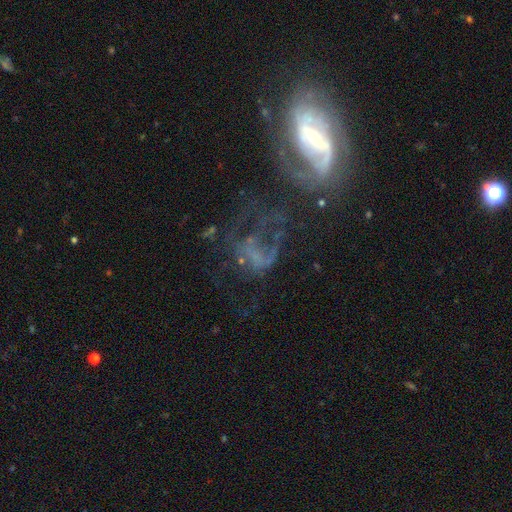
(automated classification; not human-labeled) A featured or disk galaxy (59%) with no bar (71%), no spiral arms (56%) and no central bulge (57%).

Vote fractions:
- Smooth or featured? featured or disk: 59% / star or artifact: 24% / smooth: 17%
- Edge-on disk? no: 97% / yes: 3%
- Bar? no: 71% / weak: 20% / strong: 9%
- Spiral arms? no: 56% / yes: 44%
- Bulge size? none: 57% / small: 26% / moderate: 13% / large: 3% / dominant: 2%
- Merging? major disturbance: 46% / none: 29% / minor disturbance: 13% / merger: 12%